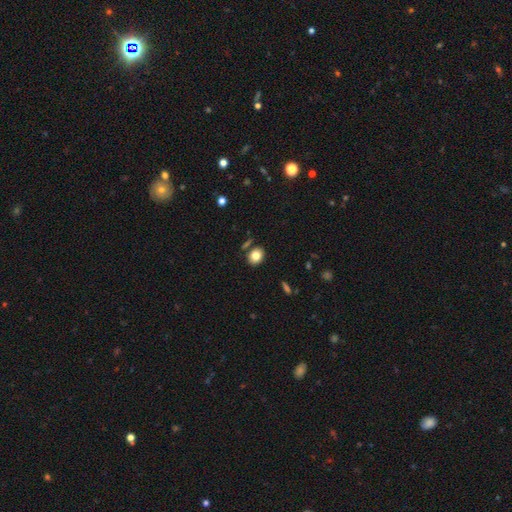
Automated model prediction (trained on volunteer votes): Overall: smooth (81%). How rounded: round (52%; in between 47%). Merging: none (81%).